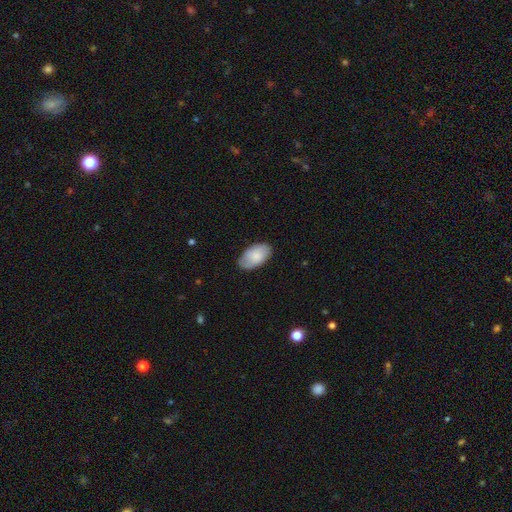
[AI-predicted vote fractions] This appears to be a smooth galaxy with no disk features (81%) that is in between round and cigar-shaped (95%). Merging: none (79%).